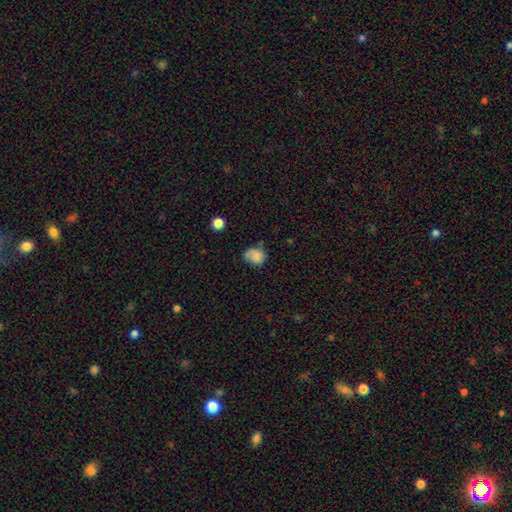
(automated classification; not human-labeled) smooth-or-featured: smooth: 62% | featured or disk: 28% | star or artifact: 9%
  how-rounded: round: 61% | in between: 38% | cigar-shaped: 1%
  merging: none: 44% | minor disturbance: 29% | major disturbance: 22% | merger: 5%